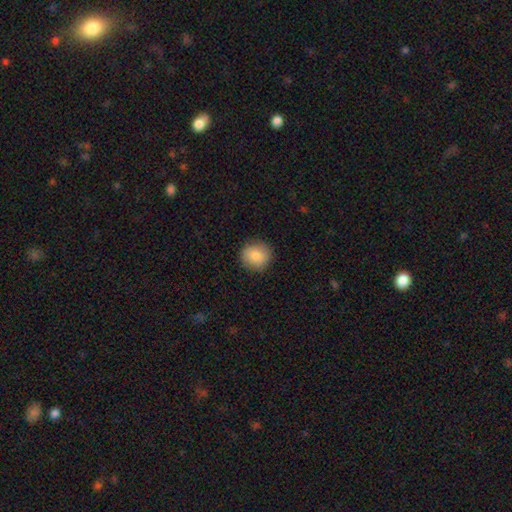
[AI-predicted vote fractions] Smooth or featured? Predicted: smooth (p=0.83). How rounded? Predicted: round (p=0.91). Merging? Predicted: none (p=0.90).